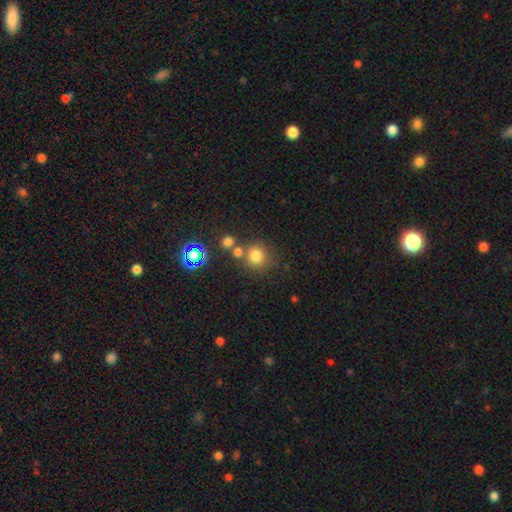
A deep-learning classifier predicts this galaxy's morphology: Smooth or featured? smooth (77%)
How rounded? round (89%)
Merging? none (69%)